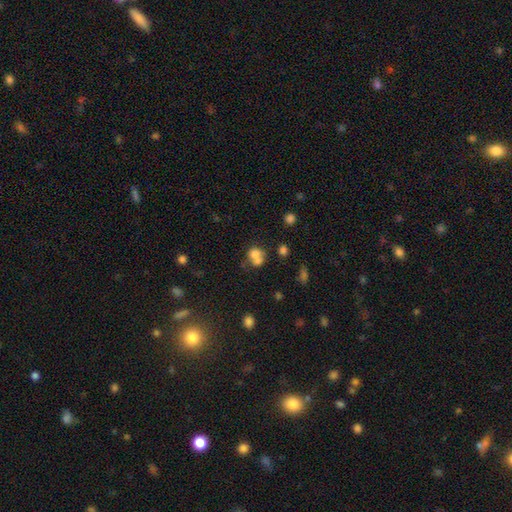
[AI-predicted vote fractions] smooth_or_featured: smooth (p=0.70) [alt: featured or disk p=0.17]
how_rounded: round (p=0.69) [alt: in between p=0.30]
merging: merger (p=0.59) [alt: none p=0.29]